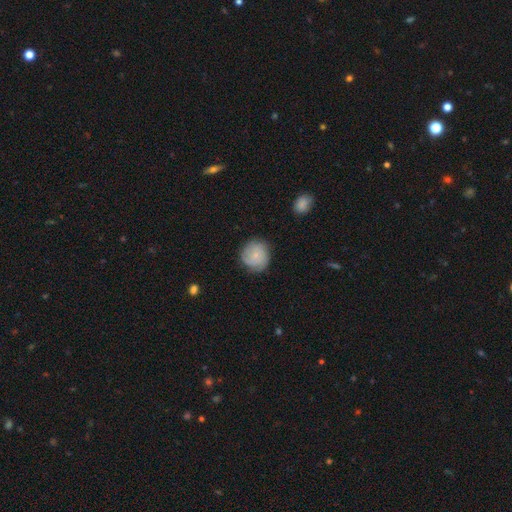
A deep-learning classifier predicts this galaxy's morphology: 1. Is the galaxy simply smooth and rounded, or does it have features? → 59% smooth, 33% featured or disk, 8% star or artifact.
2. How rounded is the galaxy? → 90% round, 9% in between, 1% cigar-shaped.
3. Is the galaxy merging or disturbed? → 79% none, 16% minor disturbance, 4% major disturbance, 1% merger.